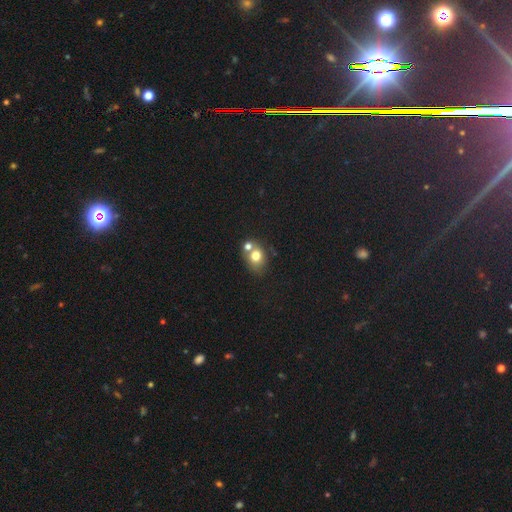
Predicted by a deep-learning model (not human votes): smooth-or-featured: smooth: 73% | featured or disk: 14% | star or artifact: 12%
  how-rounded: round: 54% | in between: 45% | cigar-shaped: 1%
  merging: none: 48% | merger: 37% | minor disturbance: 11% | major disturbance: 4%